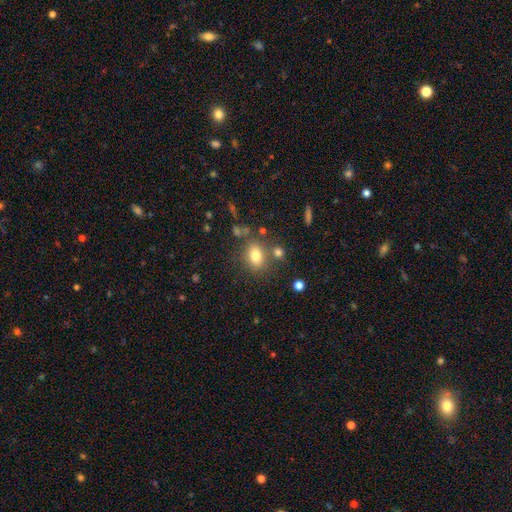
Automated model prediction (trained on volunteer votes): smooth-or-featured: smooth: 77% | star or artifact: 12% | featured or disk: 11%
  how-rounded: in between: 66% | round: 33% | cigar-shaped: 1%
  merging: none: 70% | minor disturbance: 13% | merger: 12% | major disturbance: 5%